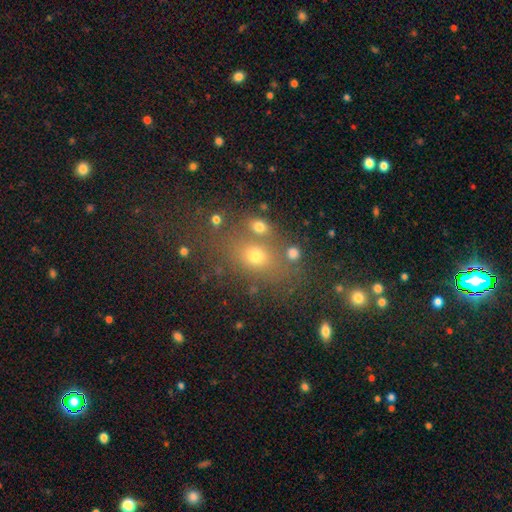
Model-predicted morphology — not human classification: Smooth or featured? smooth (65%)
How rounded? in between (62%)
Merging? none (65%)